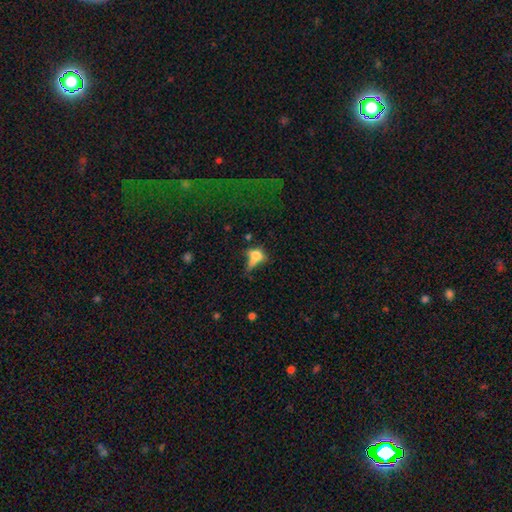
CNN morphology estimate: Smooth or featured? smooth (62%)
How rounded? in between (62%)
Merging? major disturbance (33%)